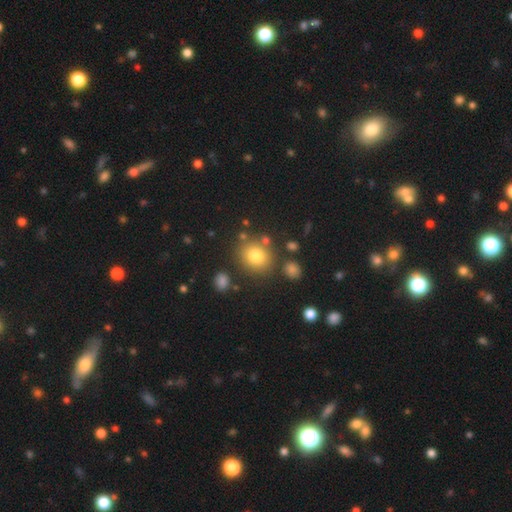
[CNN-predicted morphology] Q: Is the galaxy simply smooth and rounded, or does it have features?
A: smooth — 78%.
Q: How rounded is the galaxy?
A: round — 80%.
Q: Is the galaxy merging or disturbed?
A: none — 79%.